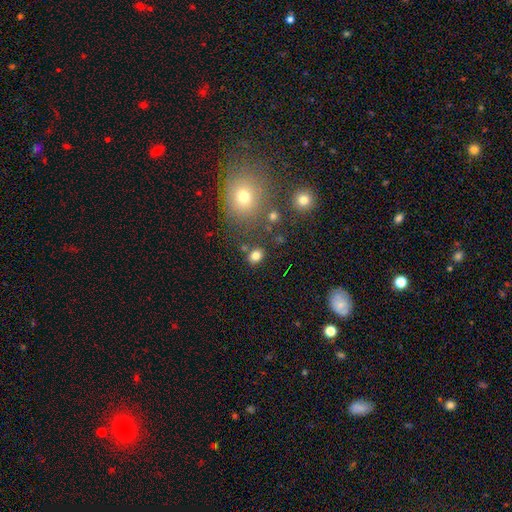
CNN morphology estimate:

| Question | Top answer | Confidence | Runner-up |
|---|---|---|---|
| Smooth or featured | smooth | 80% | star or artifact (14%) |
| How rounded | round | 50% | in between (49%) |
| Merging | none | 79% | minor disturbance (11%) |